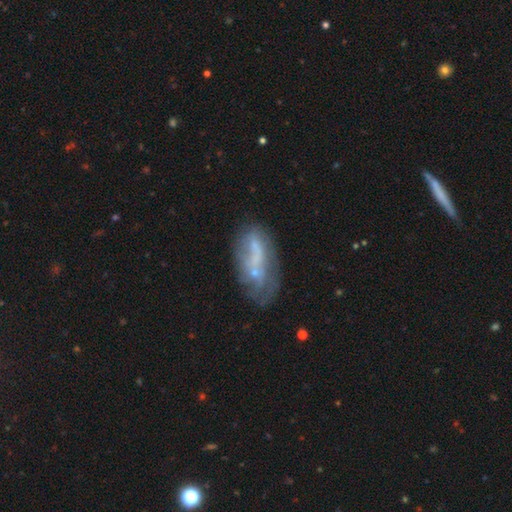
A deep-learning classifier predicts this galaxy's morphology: Smooth or featured: featured or disk — 50% (smooth — 39%)
Edge-on disk: no — 90% (yes — 10%)
Merging: none — 46% (minor disturbance — 24%)